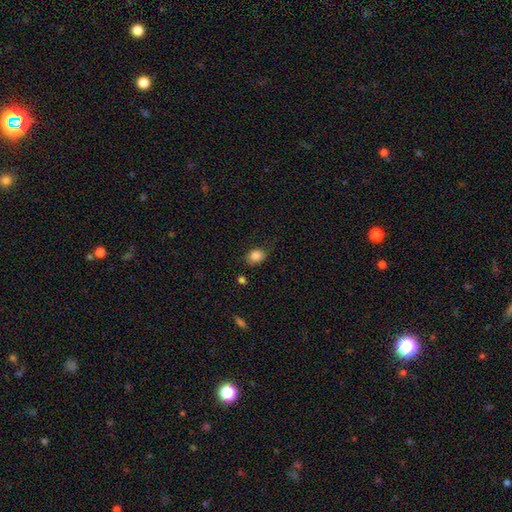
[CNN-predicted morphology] Smooth or featured?
  - smooth: 85% *
  - star or artifact: 9%
  - featured or disk: 6%
How rounded?
  - in between: 57% *
  - round: 42%
  - cigar-shaped: 1%
Merging?
  - none: 71% *
  - minor disturbance: 21%
  - major disturbance: 5%
  - merger: 3%